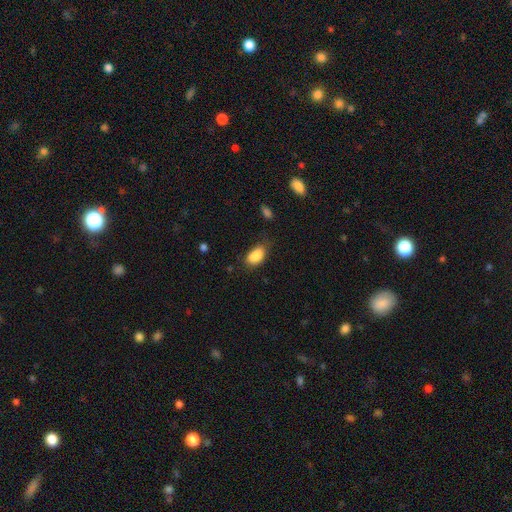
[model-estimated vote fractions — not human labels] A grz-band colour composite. It shows a smooth galaxy with no disk features (87%) that is in between round and cigar-shaped (91%). Merging: none (61%).